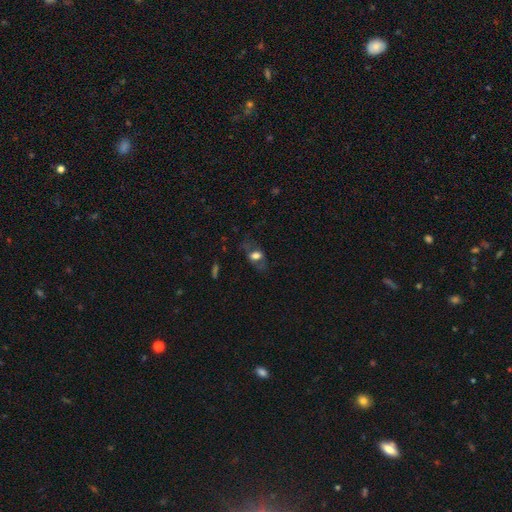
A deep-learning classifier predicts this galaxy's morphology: Smooth or featured? smooth (55%)
How rounded? in between (79%)
Merging? none (61%)